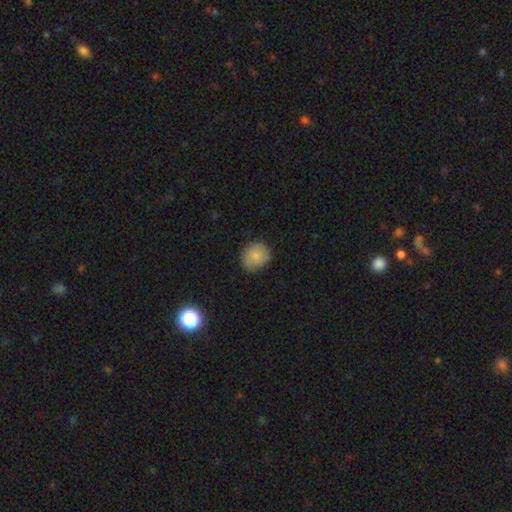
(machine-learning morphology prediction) Q: Smooth or featured?
A: smooth (83%); runner-up: featured or disk (9%)
Q: How rounded?
A: round (80%); runner-up: in between (19%)
Q: Merging?
A: none (84%); runner-up: minor disturbance (13%)